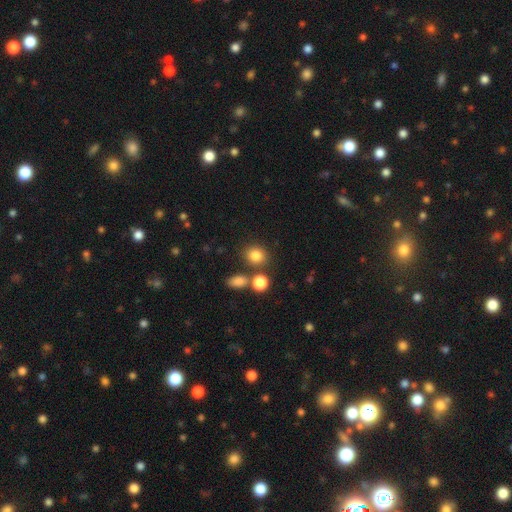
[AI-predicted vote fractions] Morphology: type=smooth (82%); roundness=round (69%); merging=none (72%).